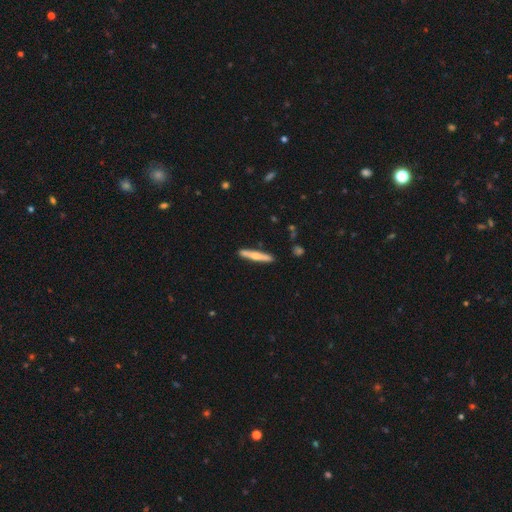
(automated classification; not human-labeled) Overall: smooth (52%; featured or disk 43%). How rounded: cigar-shaped (93%). Merging: none (87%).